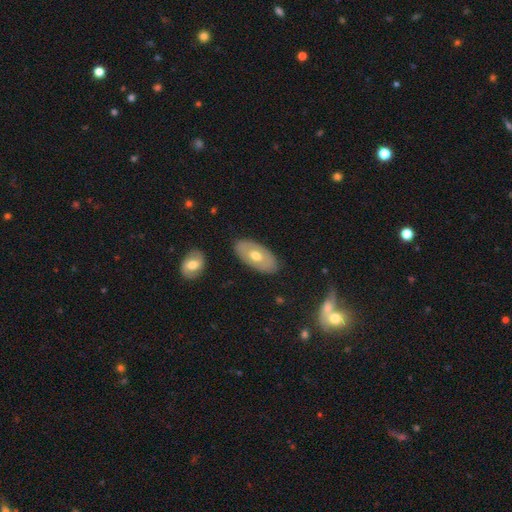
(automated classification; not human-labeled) Morphology: type=smooth (52%); roundness=in between (93%); merging=none (84%).